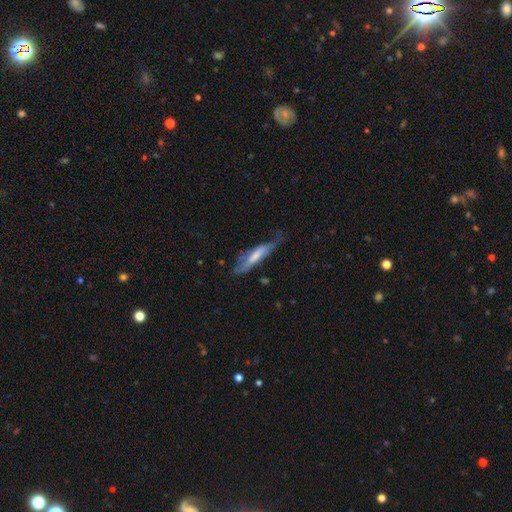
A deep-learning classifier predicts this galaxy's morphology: This appears to be a smooth galaxy with no disk features (50%) that is cigar-shaped (71%). Merging: none (46%).